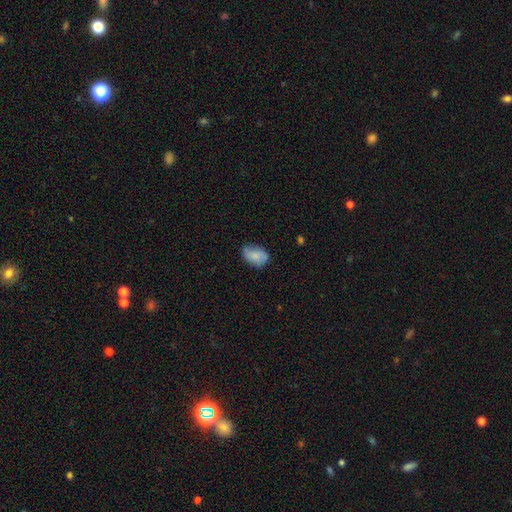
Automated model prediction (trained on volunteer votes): Morphology: type=smooth (73%); roundness=in between (85%); merging=none (63%).